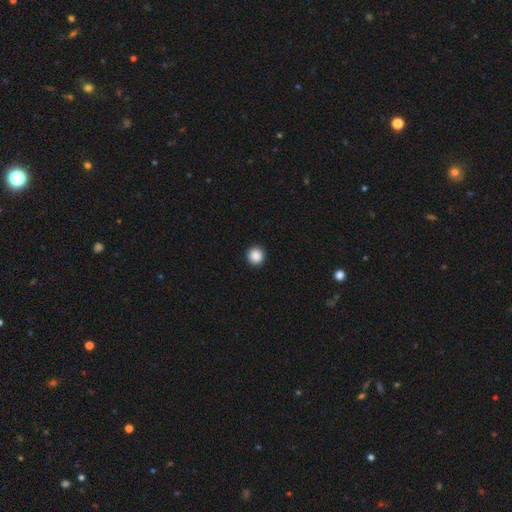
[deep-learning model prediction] The model was most divided on "smooth or featured": smooth: 88%, star or artifact: 9%, featured or disk: 2%. More confident: how rounded — round (94%); merging — none (93%).